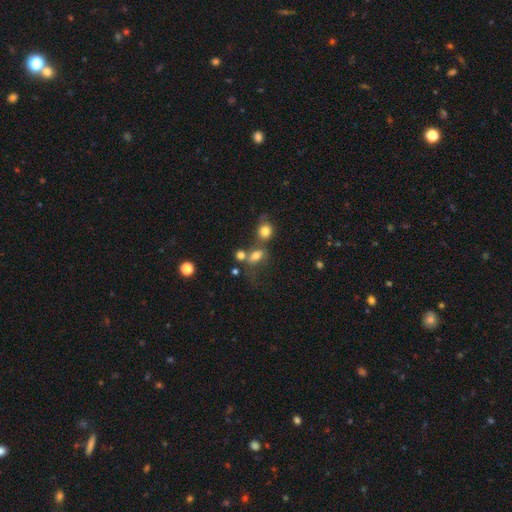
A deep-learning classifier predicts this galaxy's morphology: smooth-or-featured: smooth: 71% | star or artifact: 15% | featured or disk: 14%
  how-rounded: in between: 65% | round: 31% | cigar-shaped: 4%
  merging: none: 38% | merger: 34% | minor disturbance: 15% | major disturbance: 12%